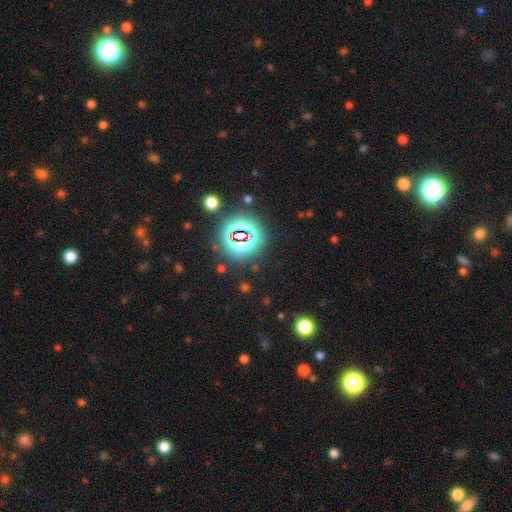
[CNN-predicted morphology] This is clearly a star or artifact rather than a galaxy (82%).